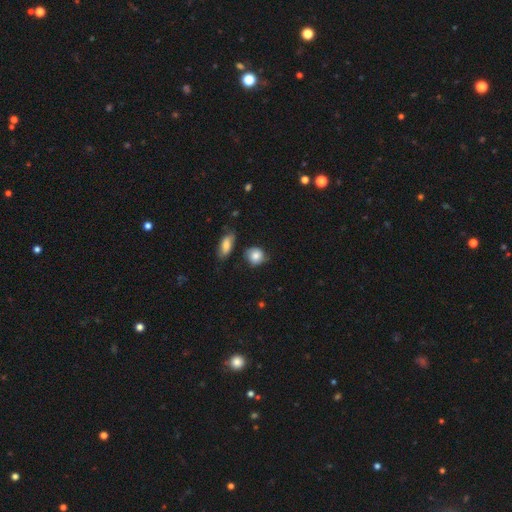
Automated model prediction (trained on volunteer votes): Morphology: type=smooth (78%); roundness=round (74%); merging=none (59%).